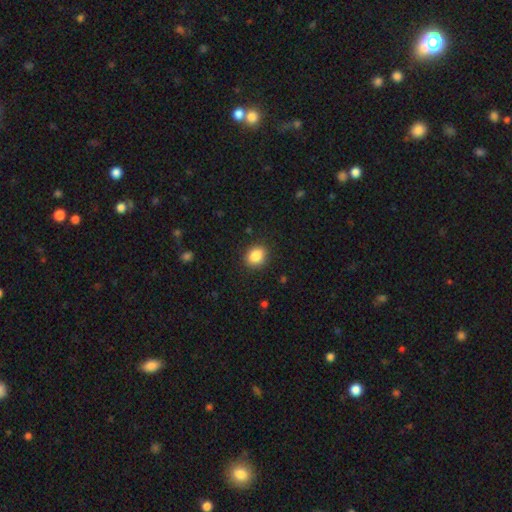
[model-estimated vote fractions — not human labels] Smooth or featured? smooth (87%)
How rounded? round (54%)
Merging? none (87%)